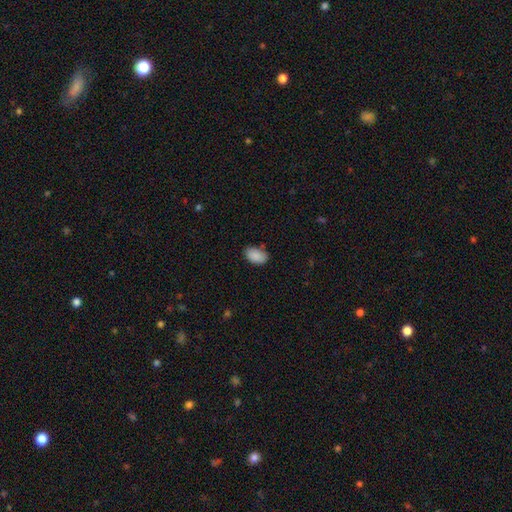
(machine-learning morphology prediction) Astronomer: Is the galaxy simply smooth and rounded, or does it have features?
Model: smooth — 89%.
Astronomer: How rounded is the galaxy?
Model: in between — 90%.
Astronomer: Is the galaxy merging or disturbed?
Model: none — 76%.